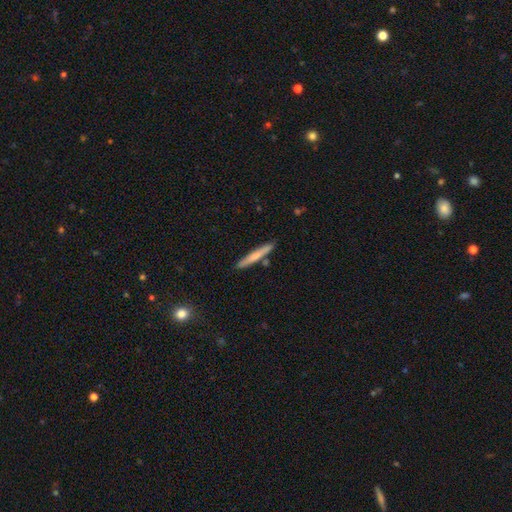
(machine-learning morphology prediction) Q: Smooth or featured?
A: smooth (63%); runner-up: featured or disk (31%)
Q: How rounded?
A: cigar-shaped (95%); runner-up: in between (3%)
Q: Merging?
A: none (85%); runner-up: minor disturbance (9%)